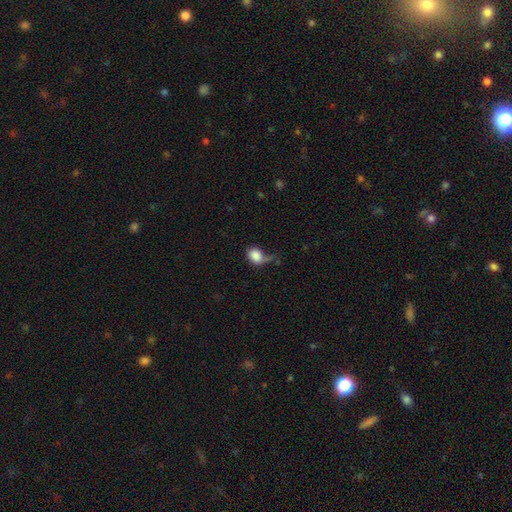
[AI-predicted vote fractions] smooth_or_featured: smooth (p=0.83) [alt: featured or disk p=0.09]
how_rounded: in between (p=0.53) [alt: round p=0.45]
merging: major disturbance (p=0.33) [alt: minor disturbance p=0.31]